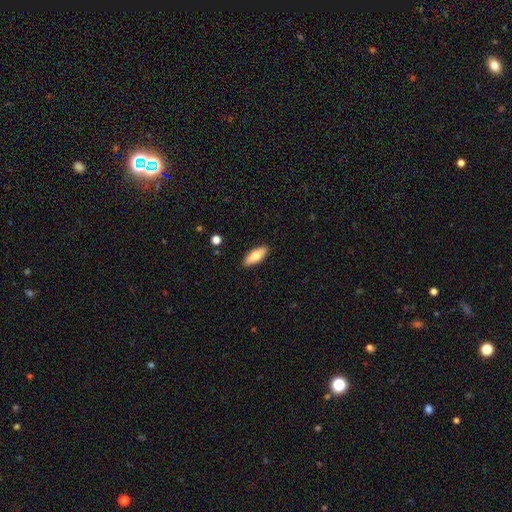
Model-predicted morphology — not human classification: smooth 74%, featured or disk 20%, star or artifact 6%. Down the decision tree: how rounded — in between (73%); merging — none (89%).